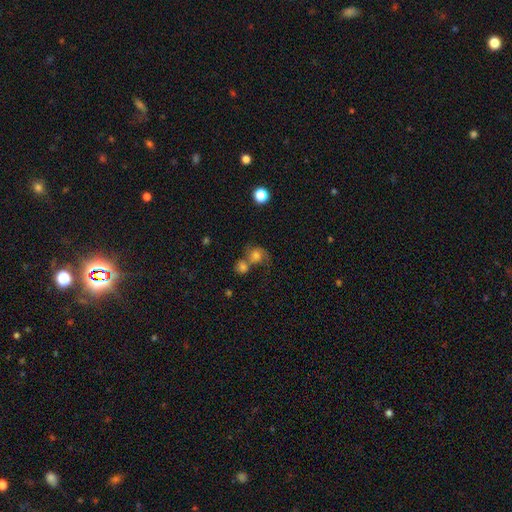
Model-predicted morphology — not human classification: This appears to be a smooth galaxy with no disk features (53%) that is round (71%). Merging: merger (49%).